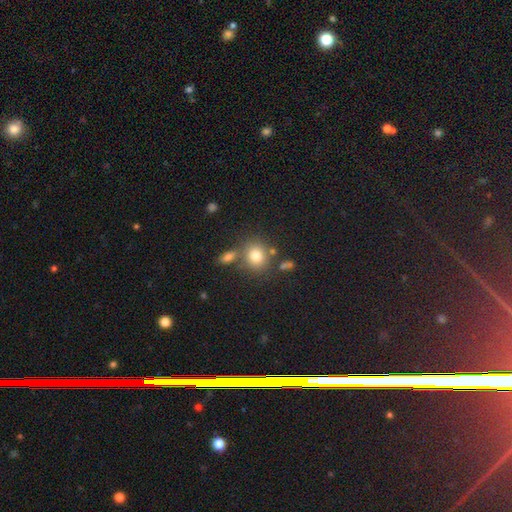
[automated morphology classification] Smooth or featured? Predicted: smooth (p=0.78). How rounded? Predicted: round (p=0.77). Merging? Predicted: none (p=0.68).